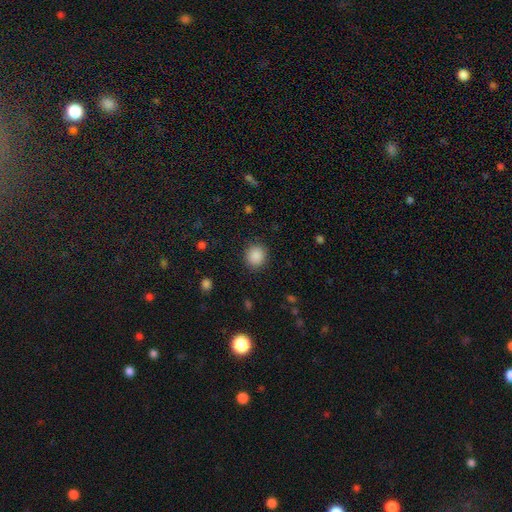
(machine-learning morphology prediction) Q: Smooth or featured?
A: smooth (88%); runner-up: star or artifact (9%)
Q: How rounded?
A: round (85%); runner-up: in between (15%)
Q: Merging?
A: none (89%); runner-up: minor disturbance (7%)